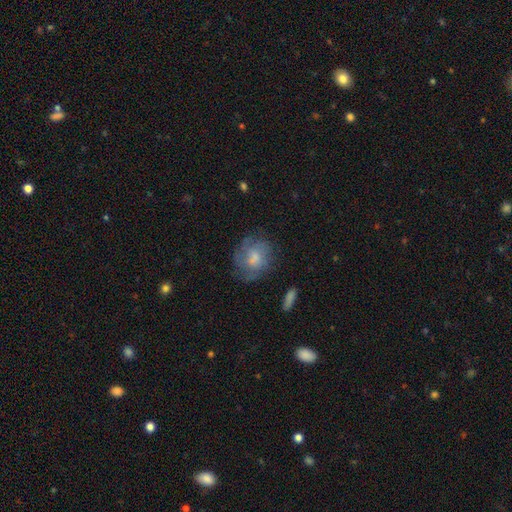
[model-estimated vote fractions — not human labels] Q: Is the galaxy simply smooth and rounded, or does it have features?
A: smooth — 54%.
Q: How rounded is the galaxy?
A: round — 65%.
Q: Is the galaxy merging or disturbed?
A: none — 62%.